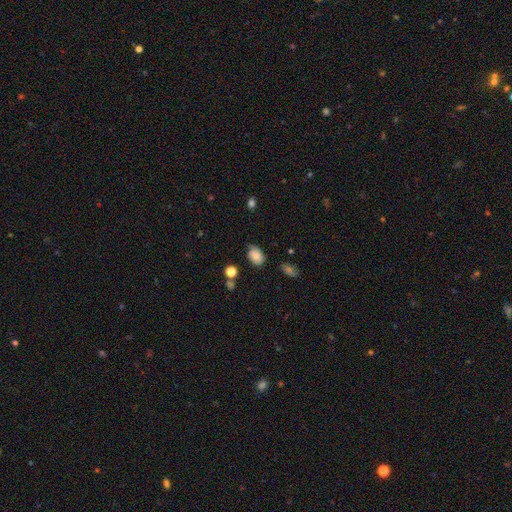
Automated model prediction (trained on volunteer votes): Q: Smooth or featured?
A: smooth (70%); runner-up: featured or disk (18%)
Q: How rounded?
A: in between (78%); runner-up: round (21%)
Q: Merging?
A: none (59%); runner-up: minor disturbance (29%)